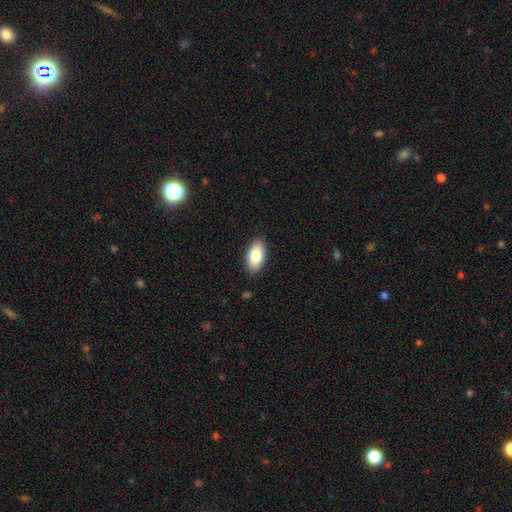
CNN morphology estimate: This appears to be a smooth galaxy with no disk features (84%) that is in between round and cigar-shaped (92%). Merging: none (89%).